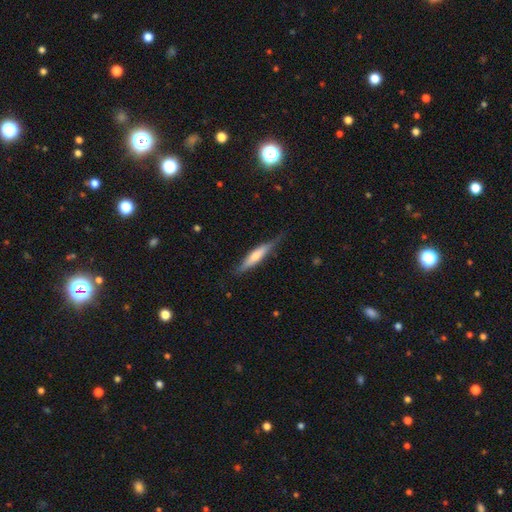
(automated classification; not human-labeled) Smooth or featured? smooth (48%)
Merging? none (73%)